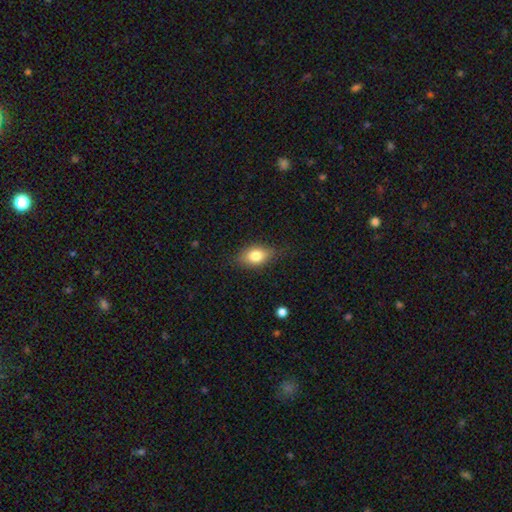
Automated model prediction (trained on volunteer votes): Smooth or featured: smooth — 77% (featured or disk — 15%)
How rounded: in between — 81% (round — 14%)
Merging: none — 78% (minor disturbance — 17%)